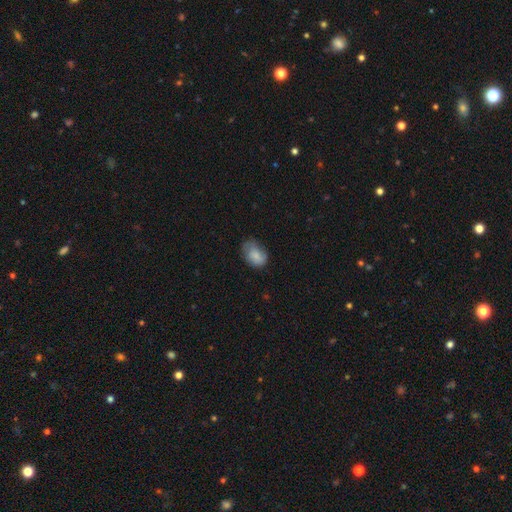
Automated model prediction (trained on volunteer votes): Smooth or featured? Predicted: smooth (p=0.74). How rounded? Predicted: in between (p=0.78). Merging? Predicted: none (p=0.50).